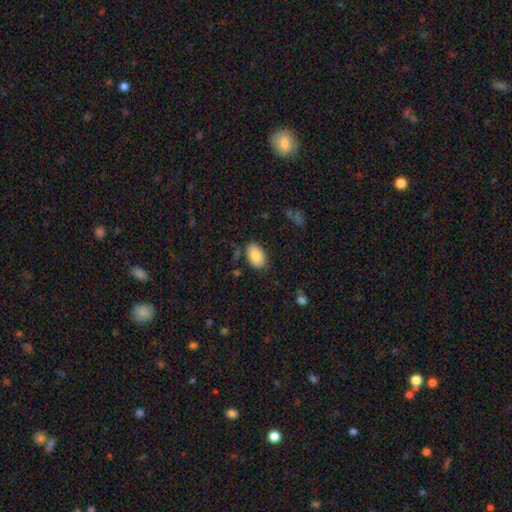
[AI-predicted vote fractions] Overall: smooth (86%). How rounded: in between (92%). Merging: none (80%).